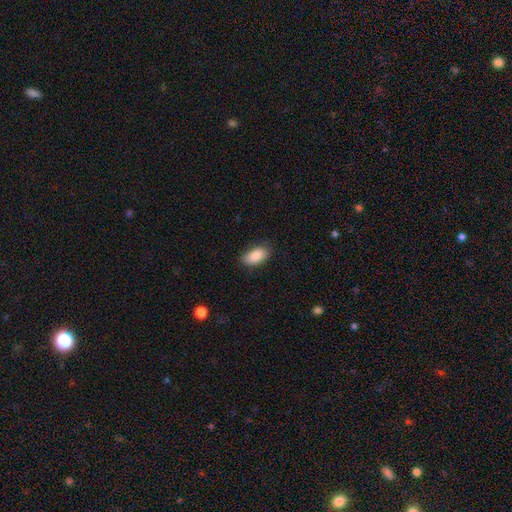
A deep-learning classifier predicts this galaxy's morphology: This appears to be a smooth galaxy with no disk features (88%) that is in between round and cigar-shaped (93%). Merging: none (79%).